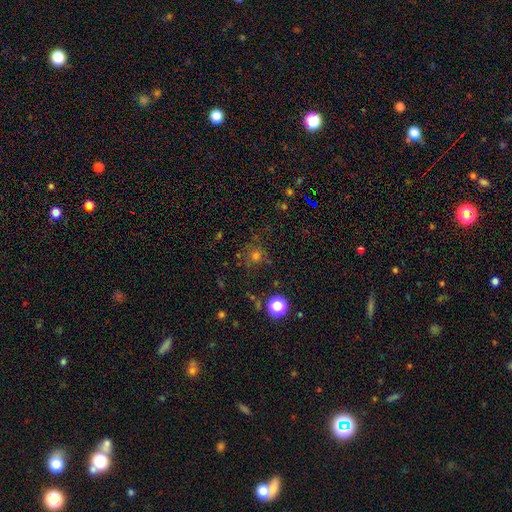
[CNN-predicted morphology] Smooth or featured? Predicted: smooth (p=0.60). How rounded? Predicted: round (p=0.88). Merging? Predicted: none (p=0.73).